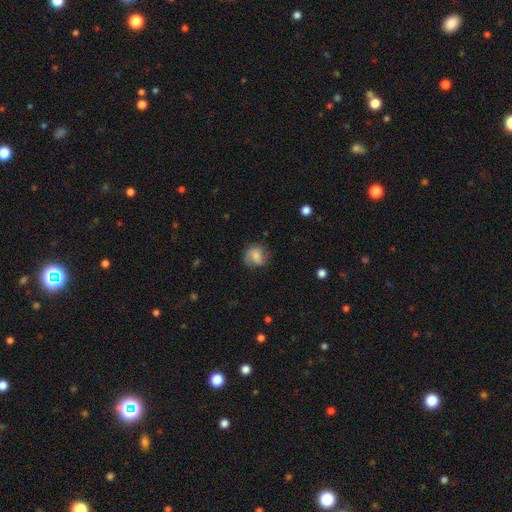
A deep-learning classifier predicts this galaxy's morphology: smooth_or_featured: smooth (p=0.66) [alt: featured or disk p=0.25]
how_rounded: round (p=0.69) [alt: in between p=0.29]
merging: none (p=0.62) [alt: minor disturbance p=0.25]